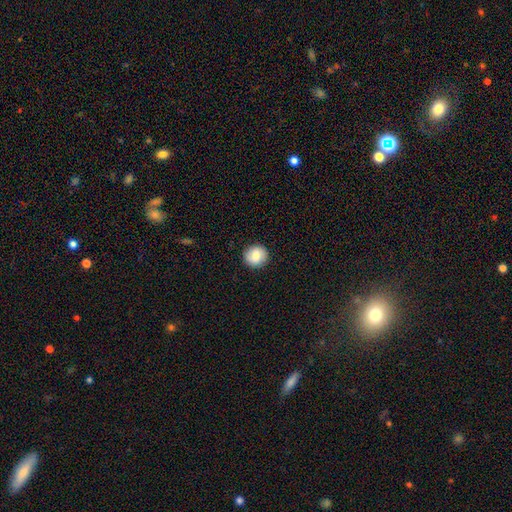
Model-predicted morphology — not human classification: This is likely a smooth galaxy (80%). How rounded: clearly round (92%). Merging: clearly none (90%).